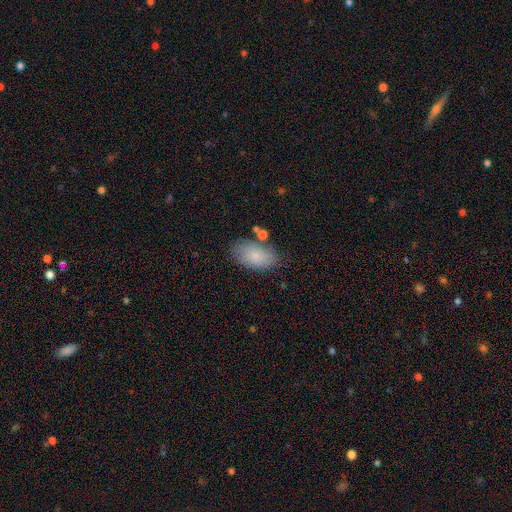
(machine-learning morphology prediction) This appears to be a smooth galaxy with no disk features (82%) that is in between round and cigar-shaped (93%). Merging: none (72%).